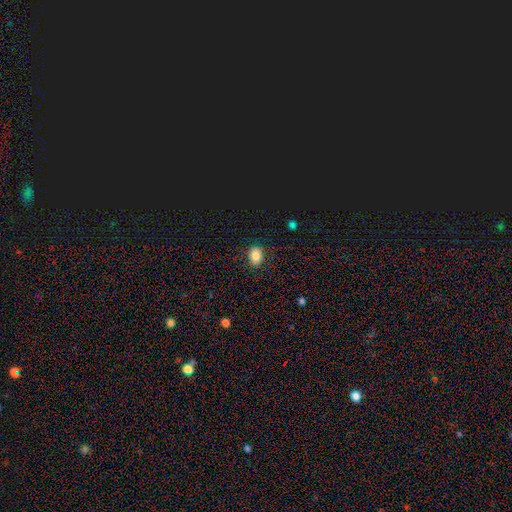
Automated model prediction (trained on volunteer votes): A smooth galaxy with no disk features (82%) that is in between round and cigar-shaped (69%). Merging: none (84%).